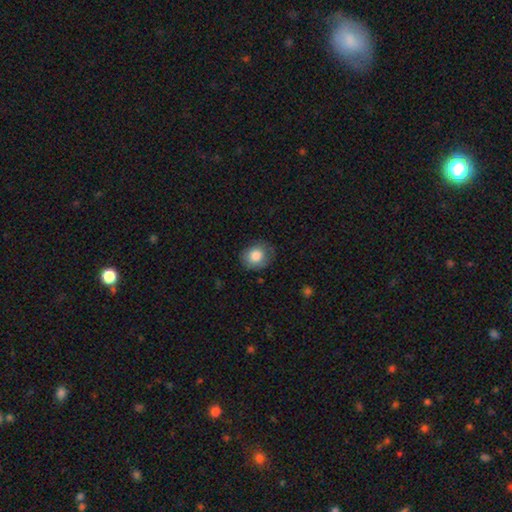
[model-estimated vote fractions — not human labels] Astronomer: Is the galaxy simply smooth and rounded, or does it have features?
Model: smooth — 82%.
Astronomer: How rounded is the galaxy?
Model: round — 67%.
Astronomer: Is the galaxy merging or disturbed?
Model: none — 75%.